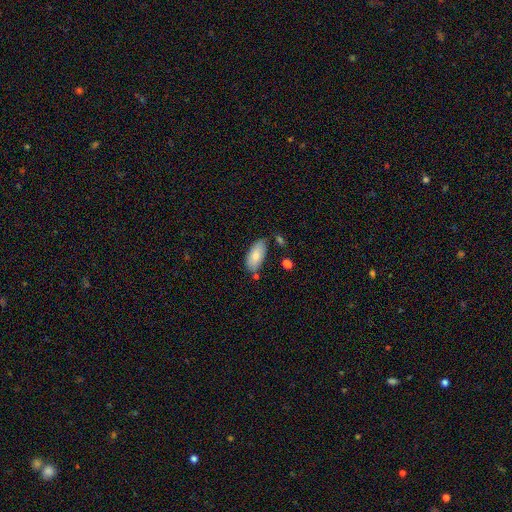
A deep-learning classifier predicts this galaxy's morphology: This appears to be a smooth galaxy with no disk features (82%) that is in between round and cigar-shaped (92%). Merging: none (71%).